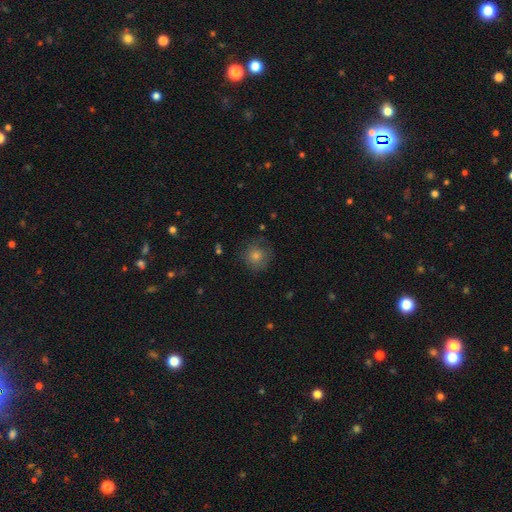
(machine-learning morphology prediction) The model was most divided on "smooth or featured": smooth: 68%, star or artifact: 17%, featured or disk: 15%. More confident: how rounded — round (92%); merging — none (78%).